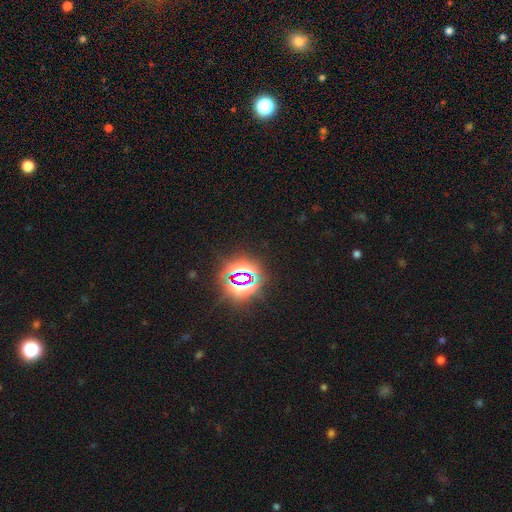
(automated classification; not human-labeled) The model was most divided on "smooth or featured": star or artifact: 79%, smooth: 15%, featured or disk: 7%.